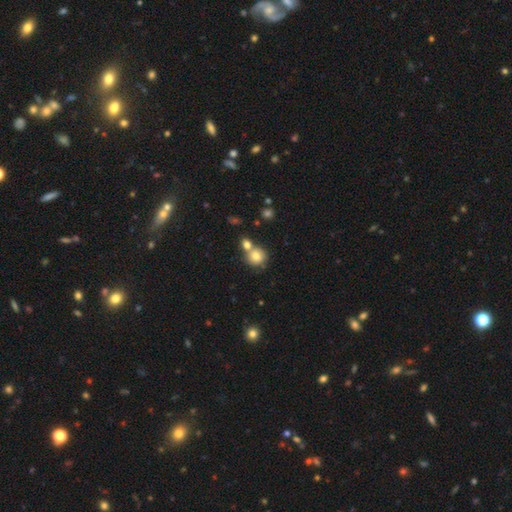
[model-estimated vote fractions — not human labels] Smooth or featured?
  - smooth: 78% *
  - featured or disk: 11%
  - star or artifact: 11%
How rounded?
  - round: 85% *
  - in between: 14%
  - cigar-shaped: 1%
Merging?
  - none: 50% *
  - merger: 37%
  - minor disturbance: 10%
  - major disturbance: 3%